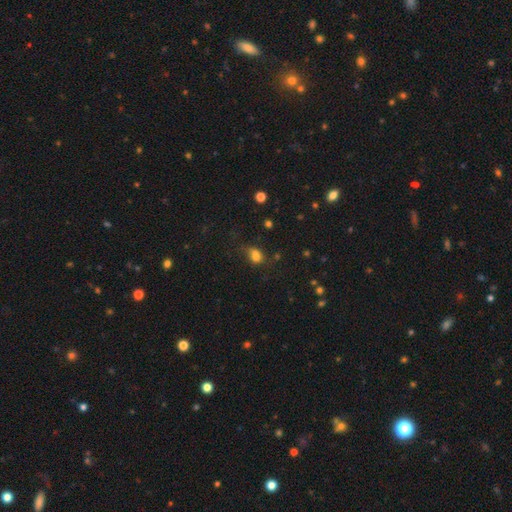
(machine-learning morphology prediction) Smooth or featured?
  - smooth: 77% *
  - star or artifact: 15%
  - featured or disk: 9%
How rounded?
  - in between: 67% *
  - round: 30%
  - cigar-shaped: 2%
Merging?
  - none: 49% *
  - minor disturbance: 28%
  - major disturbance: 17%
  - merger: 6%